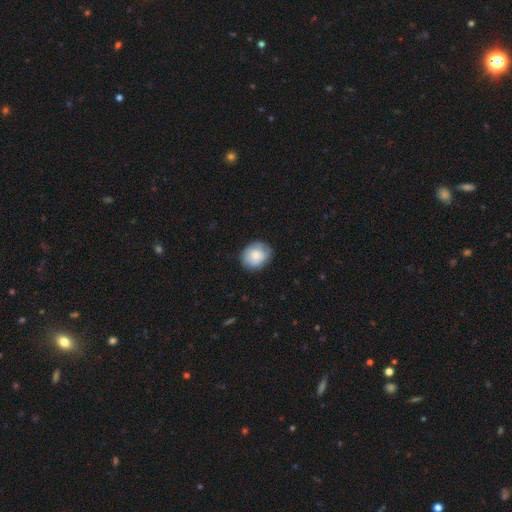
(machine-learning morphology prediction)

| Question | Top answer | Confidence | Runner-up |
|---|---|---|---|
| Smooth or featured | smooth | 75% | featured or disk (18%) |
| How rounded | round | 60% | in between (40%) |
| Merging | none | 78% | minor disturbance (18%) |